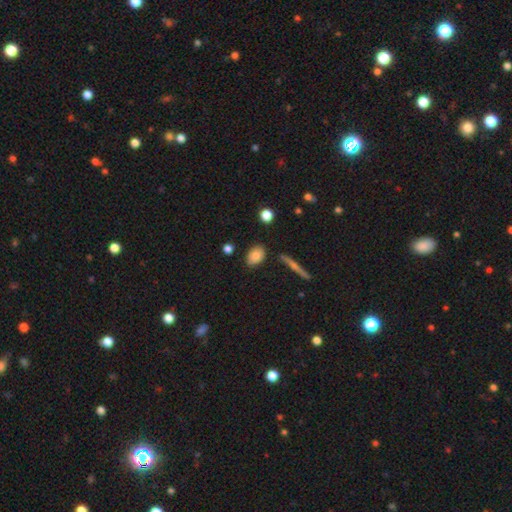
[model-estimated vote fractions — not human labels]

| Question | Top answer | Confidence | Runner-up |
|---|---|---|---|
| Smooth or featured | smooth | 82% | featured or disk (9%) |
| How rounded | in between | 83% | round (15%) |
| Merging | none | 80% | minor disturbance (13%) |